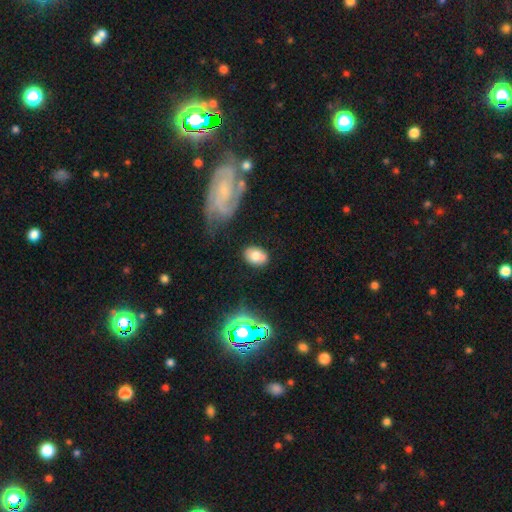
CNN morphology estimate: This is likely a smooth galaxy (70%). How rounded: likely in between (73%). Merging: likely none (72%).